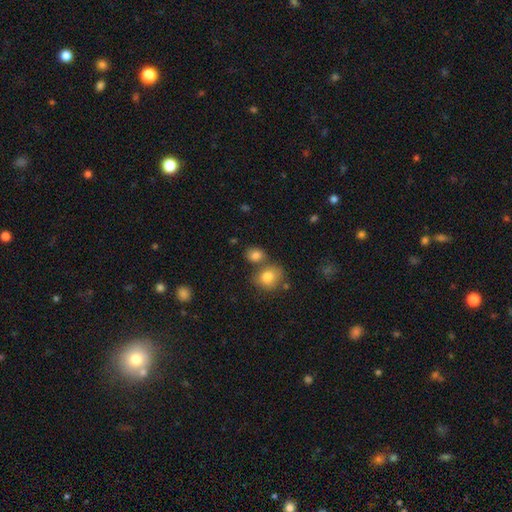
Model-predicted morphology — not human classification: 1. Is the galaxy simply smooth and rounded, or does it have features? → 82% smooth, 10% star or artifact, 8% featured or disk.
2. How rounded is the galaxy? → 50% round, 49% in between, 1% cigar-shaped.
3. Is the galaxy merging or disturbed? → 57% none, 28% merger, 12% minor disturbance, 4% major disturbance.